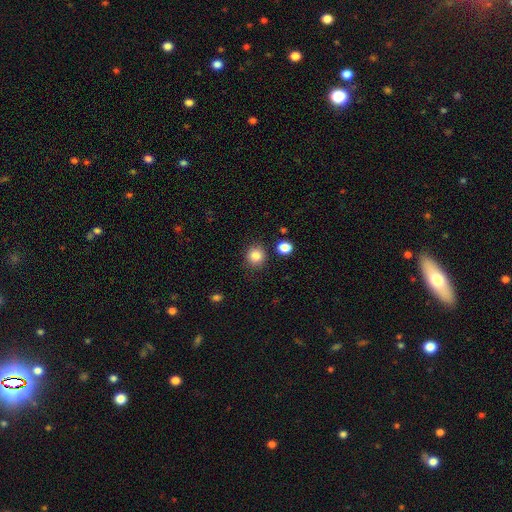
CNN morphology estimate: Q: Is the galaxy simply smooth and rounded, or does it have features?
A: smooth — 85%.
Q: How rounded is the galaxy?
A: round — 86%.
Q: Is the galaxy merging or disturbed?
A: none — 86%.